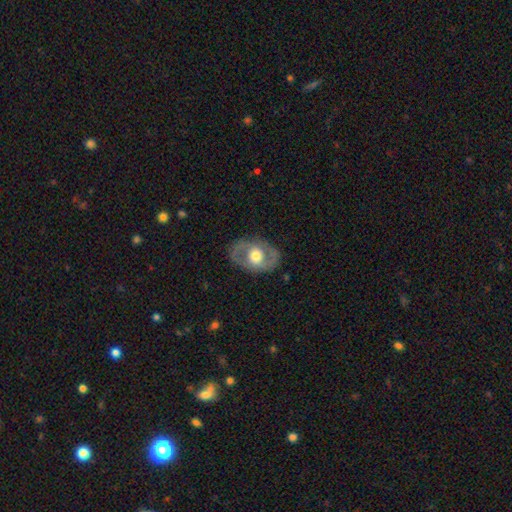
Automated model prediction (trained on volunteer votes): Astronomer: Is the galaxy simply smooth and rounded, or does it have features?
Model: featured or disk — 70%.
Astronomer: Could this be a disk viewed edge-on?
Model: no — 94%.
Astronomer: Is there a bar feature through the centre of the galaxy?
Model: no — 66%.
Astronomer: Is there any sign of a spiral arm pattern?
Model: yes — 61% (runner-up: no, 39%).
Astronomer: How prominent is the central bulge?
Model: moderate — 61%.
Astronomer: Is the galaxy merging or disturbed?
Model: none — 82%.